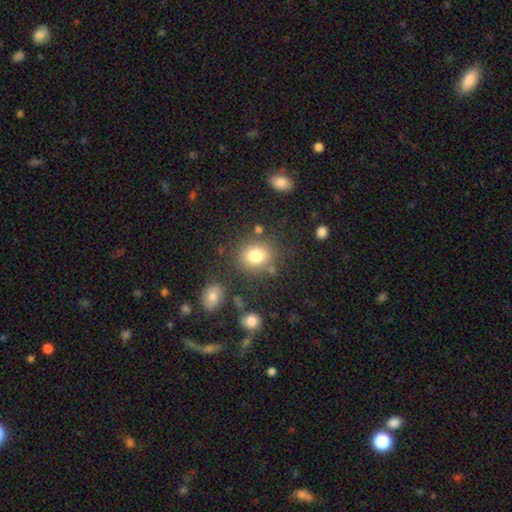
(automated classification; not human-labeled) This appears to be a smooth galaxy with no disk features (79%) that is round (70%). Merging: none (78%).